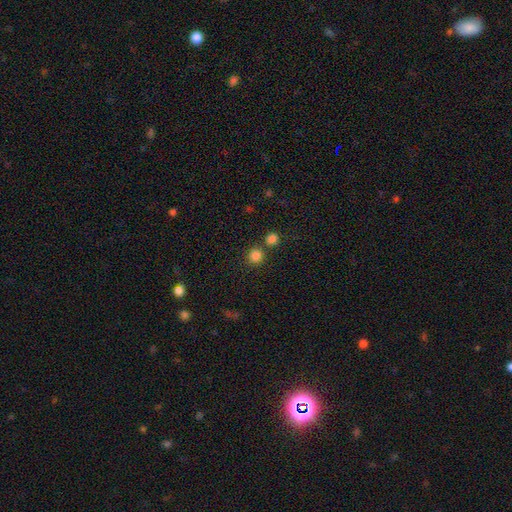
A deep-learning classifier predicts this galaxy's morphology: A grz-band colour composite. It shows a smooth galaxy with no disk features (82%) that is round (91%). Merging: none (72%).